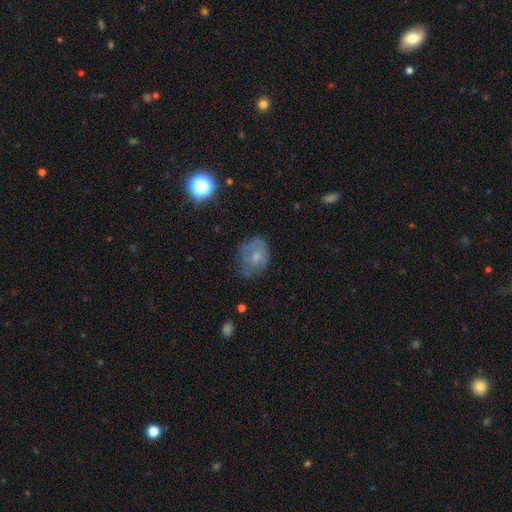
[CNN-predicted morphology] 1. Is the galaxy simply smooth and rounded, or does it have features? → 58% smooth, 30% featured or disk, 12% star or artifact.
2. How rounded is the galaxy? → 51% in between, 48% round, 1% cigar-shaped.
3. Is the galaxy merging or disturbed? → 50% none, 30% minor disturbance, 17% major disturbance, 2% merger.